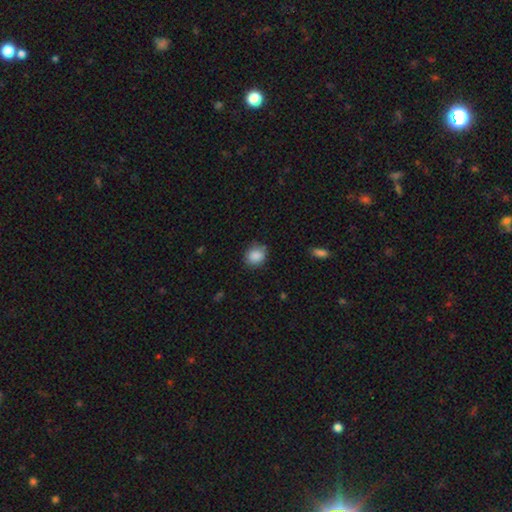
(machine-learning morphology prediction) Smooth or featured? smooth (87%)
How rounded? round (72%)
Merging? none (77%)